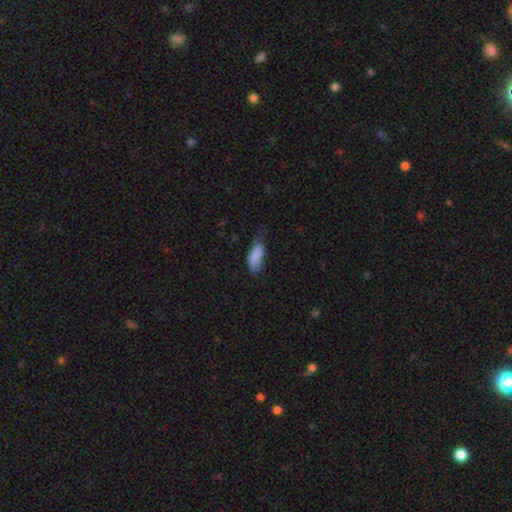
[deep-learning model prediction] A smooth galaxy with no disk features (82%) that is in between round and cigar-shaped (77%).

Vote fractions:
- Smooth or featured? smooth: 82% / featured or disk: 11% / star or artifact: 7%
- How rounded? in between: 77% / cigar-shaped: 21% / round: 2%
- Merging? minor disturbance: 42% / major disturbance: 29% / none: 26% / merger: 3%